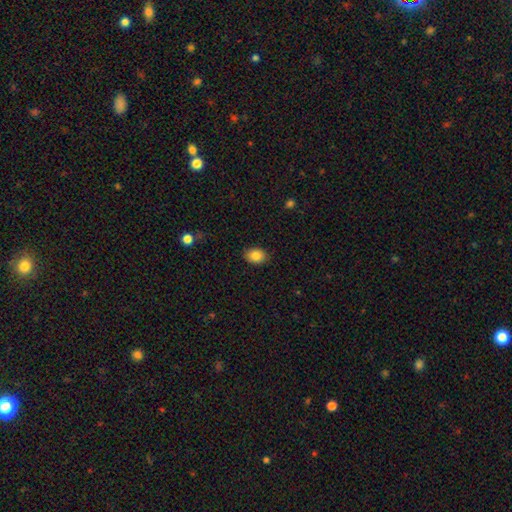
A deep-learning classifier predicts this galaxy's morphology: A smooth galaxy with no disk features (85%) that is in between round and cigar-shaped (74%).

Vote fractions:
- Smooth or featured? smooth: 85% / star or artifact: 9% / featured or disk: 7%
- How rounded? in between: 74% / round: 25% / cigar-shaped: 1%
- Merging? none: 87% / minor disturbance: 10% / major disturbance: 2% / merger: 1%